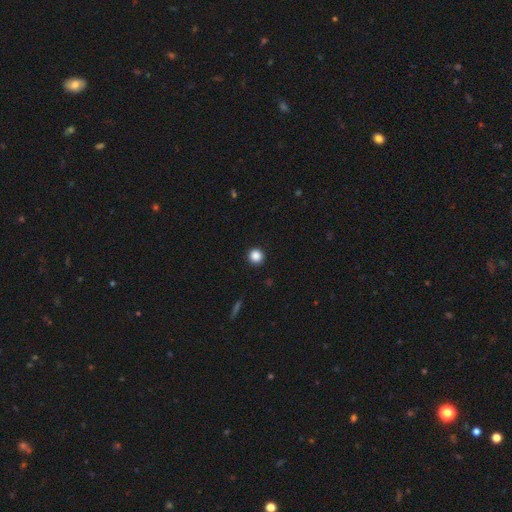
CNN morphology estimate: A smooth galaxy with no disk features (87%) that is round (95%). Merging: none (93%).